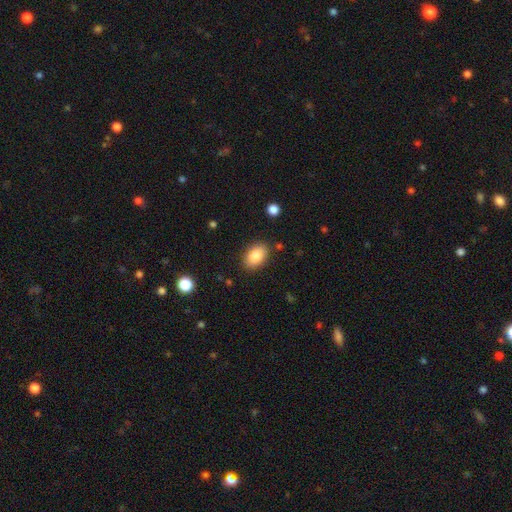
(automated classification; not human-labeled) The model was most divided on "merging": none: 85%, minor disturbance: 10%, major disturbance: 3%, merger: 2%. More confident: how rounded — in between (89%); smooth or featured — smooth (85%).